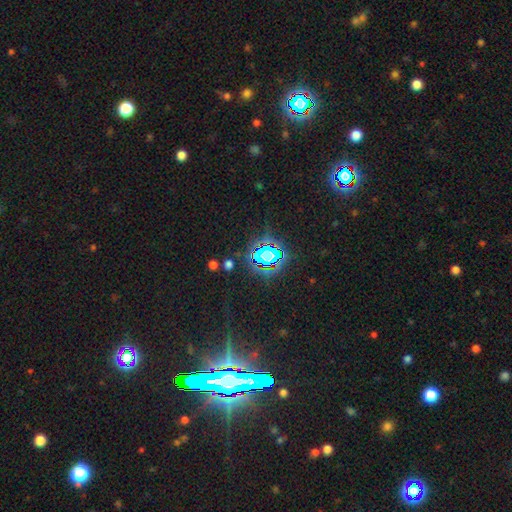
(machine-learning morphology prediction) Smooth or featured? Predicted: star or artifact (p=0.82).